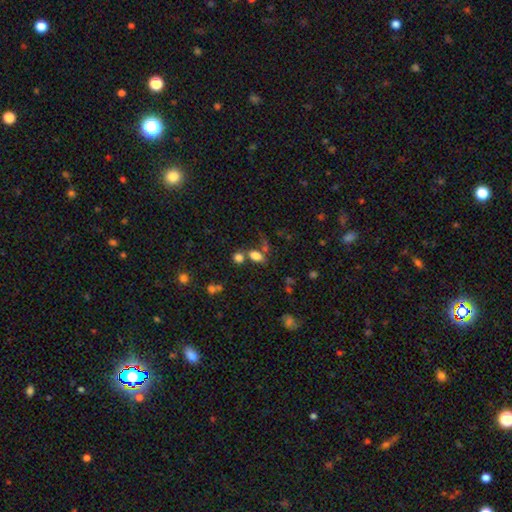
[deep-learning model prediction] Smooth or featured? Predicted: smooth (p=0.79). How rounded? Predicted: in between (p=0.82). Merging? Predicted: none (p=0.51).